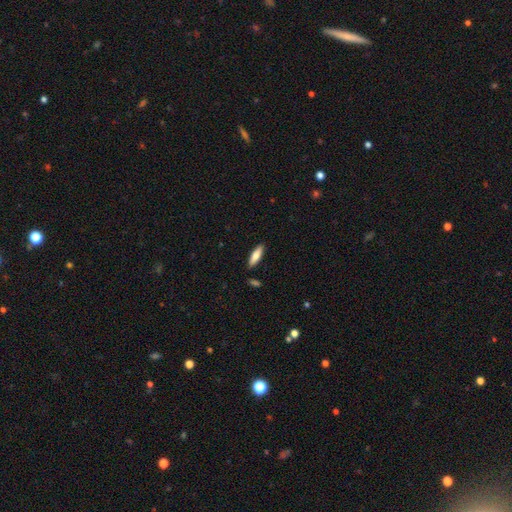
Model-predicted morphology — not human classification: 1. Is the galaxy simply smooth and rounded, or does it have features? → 74% smooth, 21% featured or disk, 6% star or artifact.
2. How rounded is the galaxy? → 54% cigar-shaped, 44% in between, 2% round.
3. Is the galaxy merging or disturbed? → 88% none, 8% minor disturbance, 2% merger, 2% major disturbance.